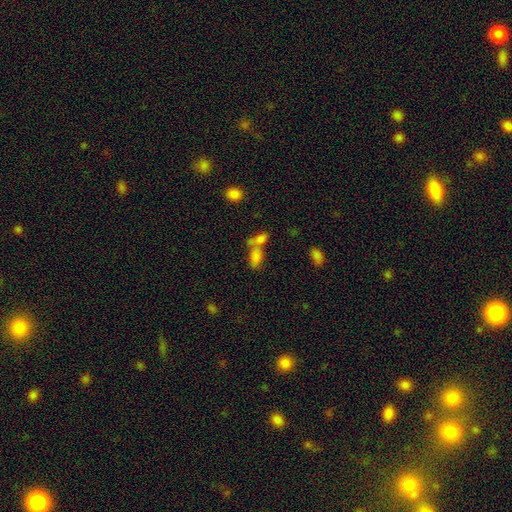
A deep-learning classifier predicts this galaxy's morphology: smooth-or-featured: smooth: 76% | star or artifact: 13% | featured or disk: 11%
  how-rounded: in between: 85% | round: 7% | cigar-shaped: 7%
  merging: merger: 56% | none: 30% | minor disturbance: 9% | major disturbance: 6%